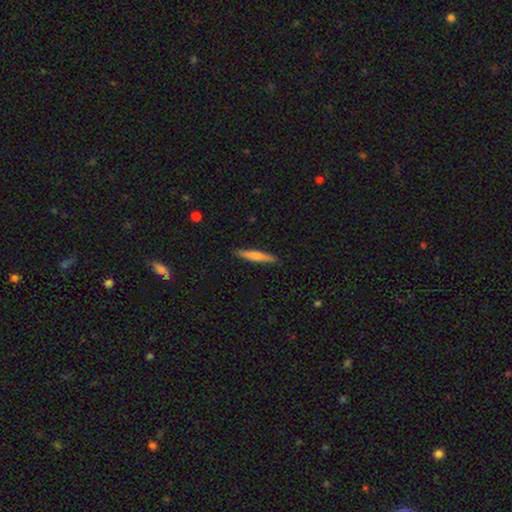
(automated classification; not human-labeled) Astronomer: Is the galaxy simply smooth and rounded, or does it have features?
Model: smooth — 66%.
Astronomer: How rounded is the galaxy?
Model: cigar-shaped — 92%.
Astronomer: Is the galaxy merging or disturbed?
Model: none — 89%.